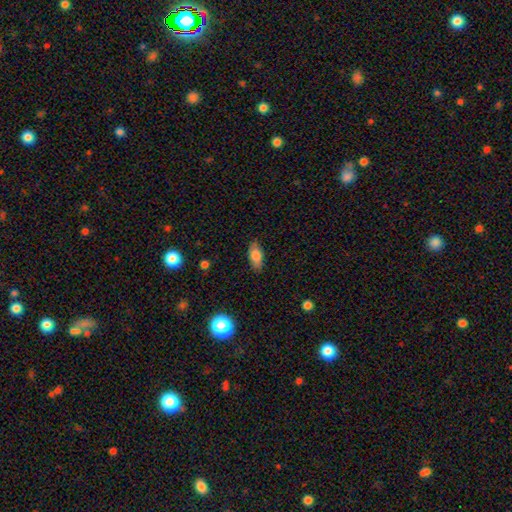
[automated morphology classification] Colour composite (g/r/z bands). It shows a smooth galaxy with no disk features (79%) that is in between round and cigar-shaped (83%). Merging: none (81%).